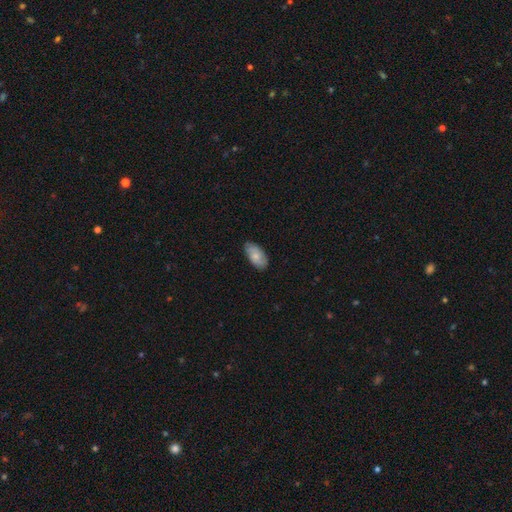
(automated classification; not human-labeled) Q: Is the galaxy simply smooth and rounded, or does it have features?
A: smooth — 66%.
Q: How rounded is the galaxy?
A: in between — 94%.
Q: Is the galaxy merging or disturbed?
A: none — 79%.